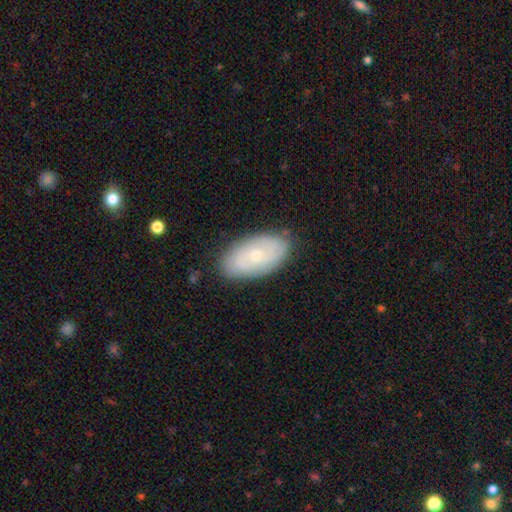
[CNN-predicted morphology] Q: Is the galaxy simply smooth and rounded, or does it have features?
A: smooth — 51%.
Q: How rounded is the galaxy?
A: in between — 93%.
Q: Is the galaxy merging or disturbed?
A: none — 83%.